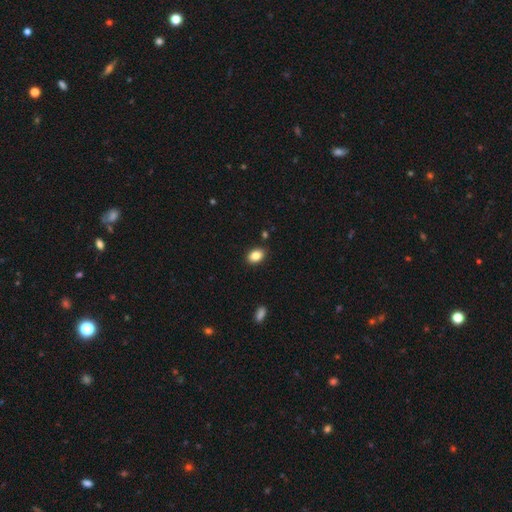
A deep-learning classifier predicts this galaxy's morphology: The model was most divided on "how rounded": in between: 80%, round: 19%, cigar-shaped: 1%. More confident: merging — none (89%); smooth or featured — smooth (86%).